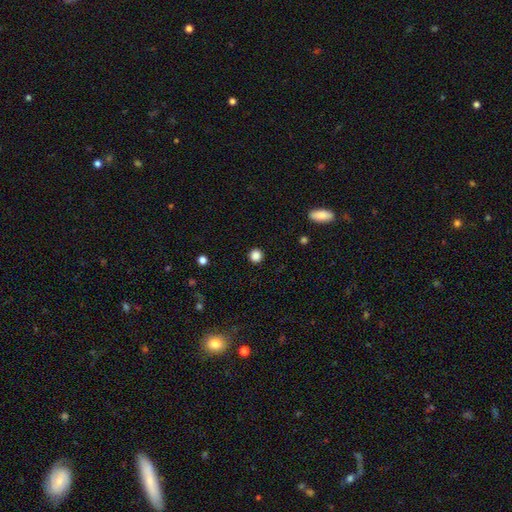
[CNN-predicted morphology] Smooth or featured? Predicted: smooth (p=0.86). How rounded? Predicted: round (p=0.94). Merging? Predicted: none (p=0.93).